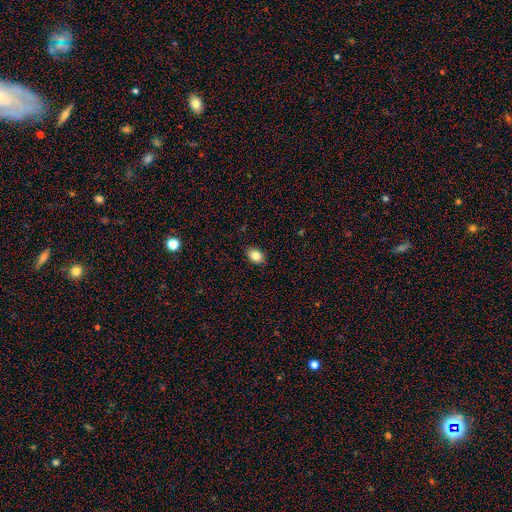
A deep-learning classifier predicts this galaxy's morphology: This is clearly a smooth galaxy (83%). How rounded: likely in between (78%). Merging: clearly none (88%).